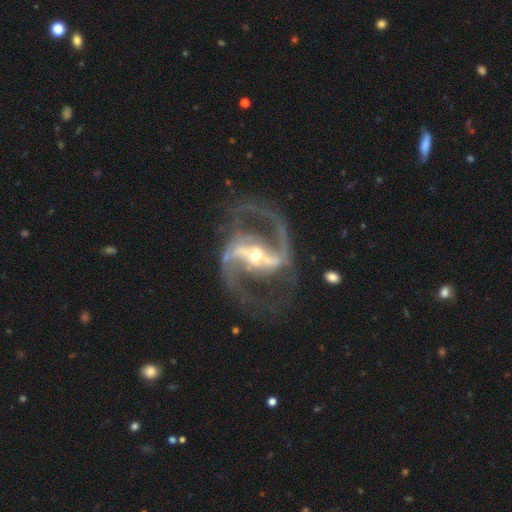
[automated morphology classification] type=featured or disk (93%); edge-on=no (97%); bar=strong (70%); spiral arms=yes (98%); winding=medium (61%); arm count=2 (94%); bulge=moderate (58%); merging=none (75%).